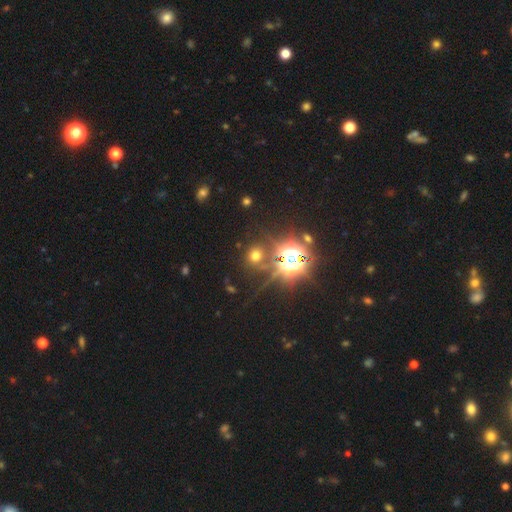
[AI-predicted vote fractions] A smooth galaxy with no disk features (49%).

Vote fractions:
- Smooth or featured? smooth: 49% / star or artifact: 42% / featured or disk: 8%
- Merging? none: 79% / minor disturbance: 10% / merger: 6% / major disturbance: 6%